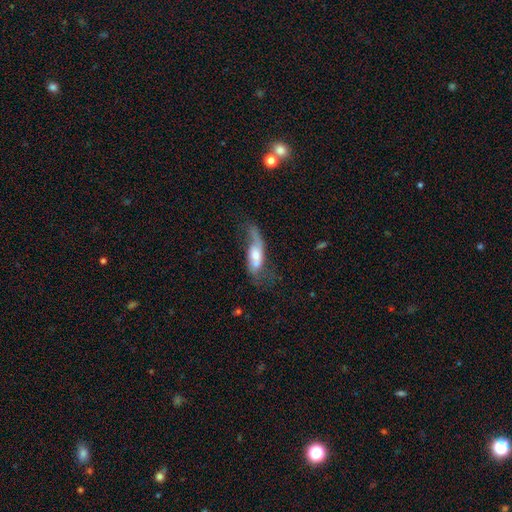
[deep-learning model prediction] A featured or disk galaxy (54%). Merging: major disturbance (28%, tied with merger).